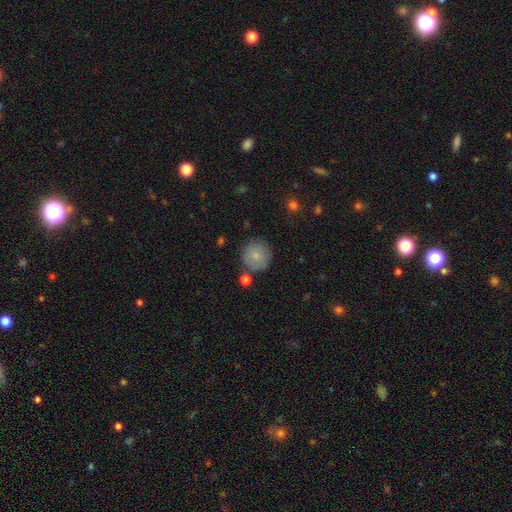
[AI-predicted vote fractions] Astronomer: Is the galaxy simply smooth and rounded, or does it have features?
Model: smooth — 80%.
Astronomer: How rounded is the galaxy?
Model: round — 94%.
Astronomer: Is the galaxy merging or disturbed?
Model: none — 79%.